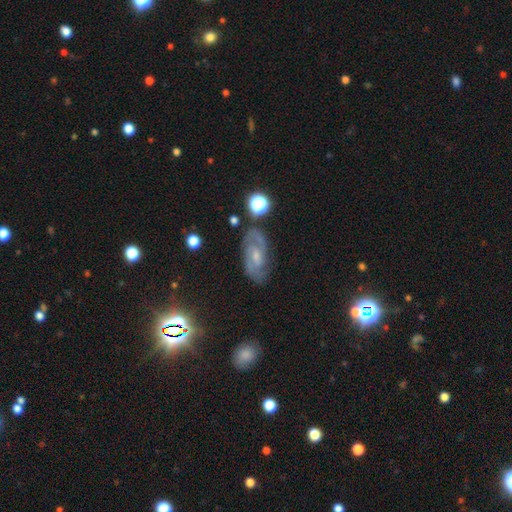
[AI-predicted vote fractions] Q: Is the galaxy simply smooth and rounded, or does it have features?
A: featured or disk — 78%.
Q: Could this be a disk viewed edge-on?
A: no — 95%.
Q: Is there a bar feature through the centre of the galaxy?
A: weak — 52%.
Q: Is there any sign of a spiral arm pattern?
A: yes — 94%.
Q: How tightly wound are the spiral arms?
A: medium — 46%.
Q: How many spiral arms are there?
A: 2 — 78%.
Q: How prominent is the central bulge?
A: small — 56%.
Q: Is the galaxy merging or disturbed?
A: none — 79%.